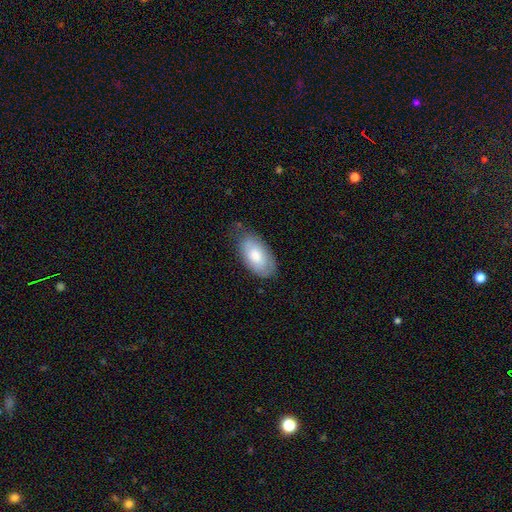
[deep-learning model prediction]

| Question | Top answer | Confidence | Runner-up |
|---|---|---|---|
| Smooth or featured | smooth | 76% | featured or disk (19%) |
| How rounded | in between | 95% | round (3%) |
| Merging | none | 70% | minor disturbance (23%) |